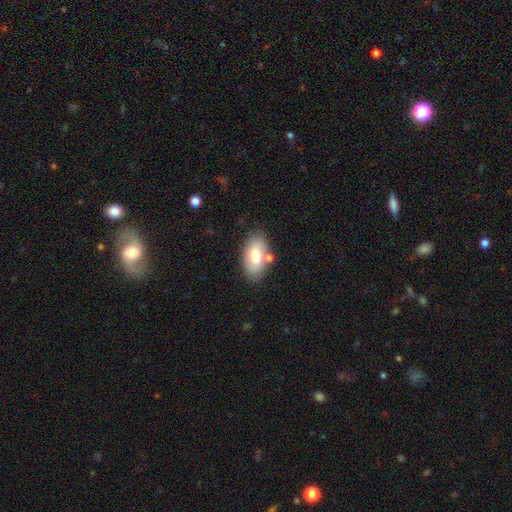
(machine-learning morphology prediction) type=smooth (72%); roundness=in between (93%); merging=none (73%).